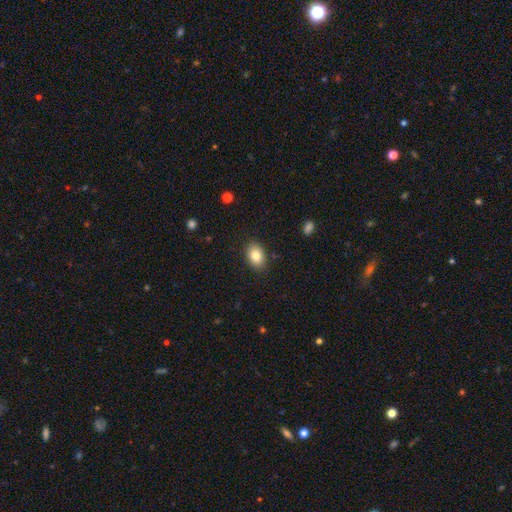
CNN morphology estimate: The model was most divided on "how rounded": in between: 83%, round: 16%, cigar-shaped: 1%. More confident: merging — none (87%); smooth or featured — smooth (84%).